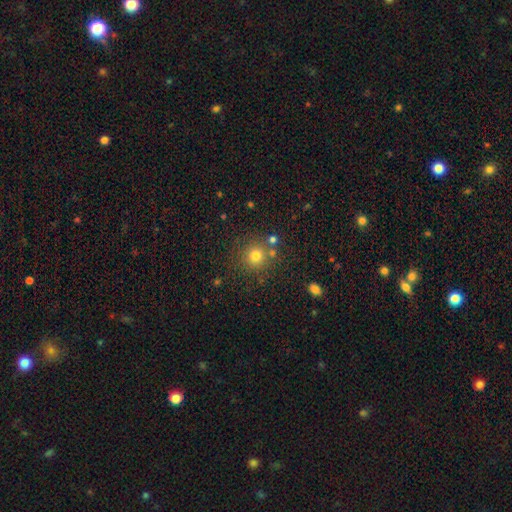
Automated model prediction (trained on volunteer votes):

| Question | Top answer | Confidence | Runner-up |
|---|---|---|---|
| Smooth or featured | smooth | 76% | star or artifact (16%) |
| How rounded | round | 93% | in between (6%) |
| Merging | none | 79% | merger (9%) |